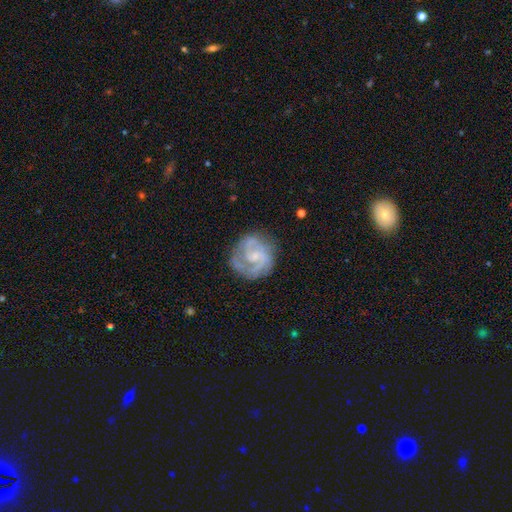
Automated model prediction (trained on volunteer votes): A featured or disk galaxy (84%) with no bar (50%), 2 (57%) tight (47%) spiral arms (95%) and a small central bulge (57%).

Vote fractions:
- Smooth or featured? featured or disk: 84% / smooth: 11% / star or artifact: 5%
- Edge-on disk? no: 98% / yes: 2%
- Bar? no: 50% / weak: 43% / strong: 7%
- Spiral arms? yes: 95% / no: 5%
- Spiral winding? tight: 47% / medium: 43% / loose: 10%
- Spiral arm count? 2: 57% / 3: 19% / can't tell: 13% / 1: 5% / 4: 3% / more than 4: 3%
- Bulge size? small: 57% / moderate: 23% / none: 17% / large: 2% / dominant: 1%
- Merging? none: 72% / minor disturbance: 18% / major disturbance: 9% / merger: 2%